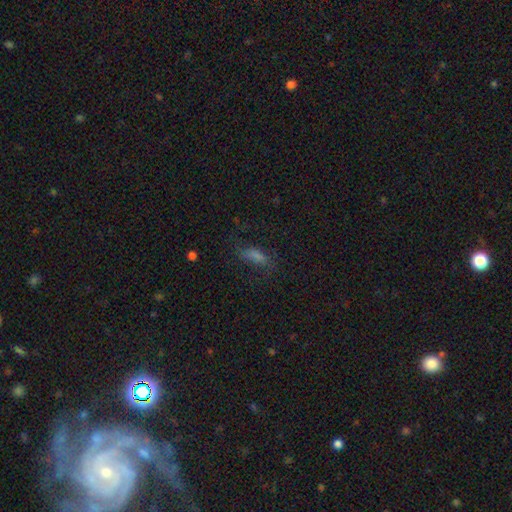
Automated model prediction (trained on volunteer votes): The model was most divided on "how rounded": in between: 60%, cigar-shaped: 35%, round: 5%. More confident: merging — none (60%); smooth or featured — smooth (57%).